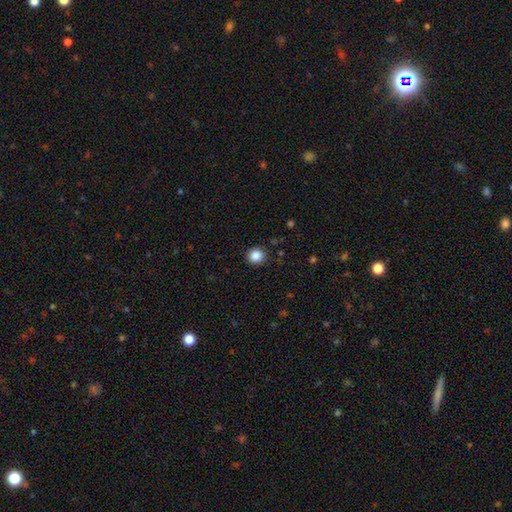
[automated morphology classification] This is clearly a smooth galaxy (86%). How rounded: clearly round (92%). Merging: clearly none (92%).